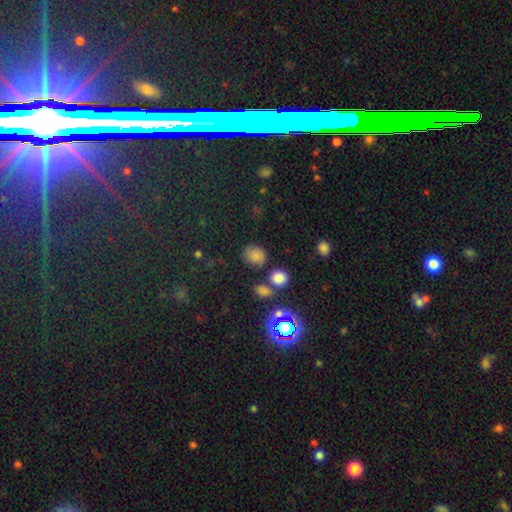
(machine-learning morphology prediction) This appears to be a smooth galaxy with no disk features (74%) that is round (72%). Merging: none (74%).